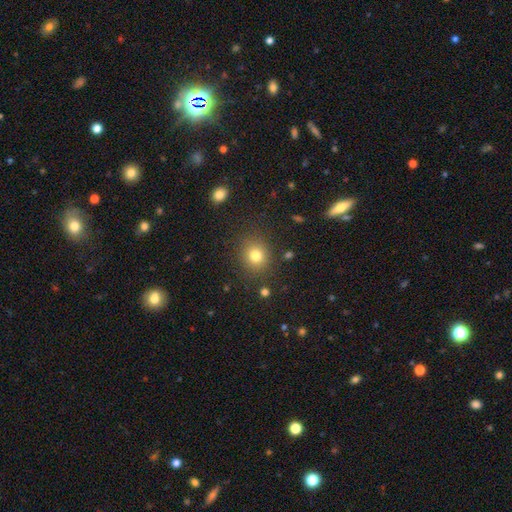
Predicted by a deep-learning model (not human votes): This appears to be a smooth galaxy with no disk features (79%) that is round (81%). Merging: none (85%).